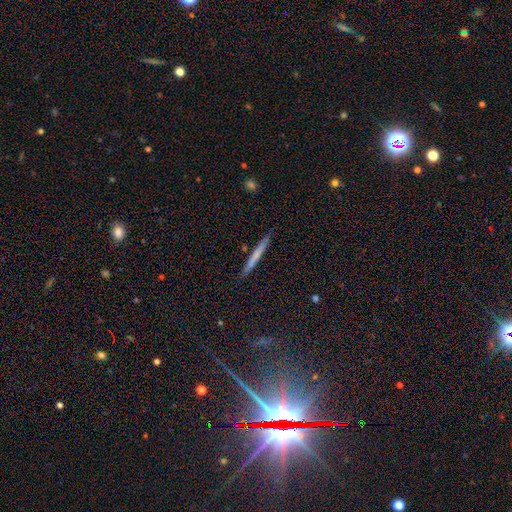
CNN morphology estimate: smooth_or_featured: smooth (p=0.63) [alt: featured or disk p=0.30]
how_rounded: cigar-shaped (p=0.97) [alt: in between p=0.02]
merging: none (p=0.89) [alt: minor disturbance p=0.08]